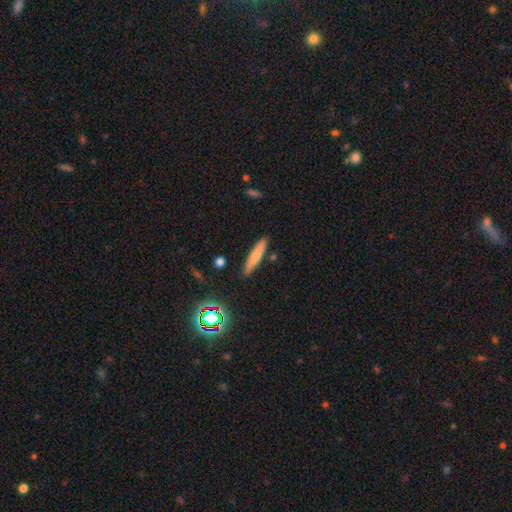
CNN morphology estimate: Smooth or featured? smooth (68%)
How rounded? cigar-shaped (88%)
Merging? none (86%)